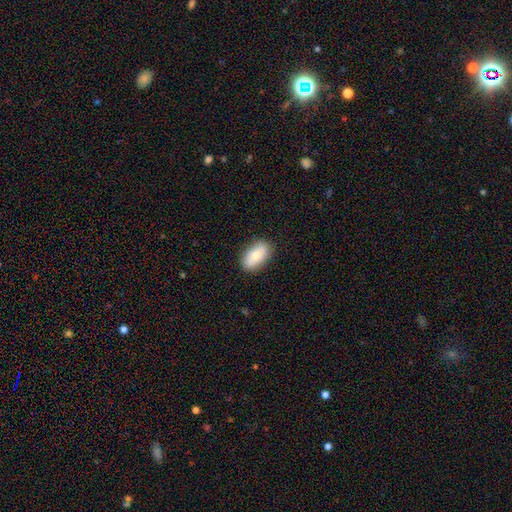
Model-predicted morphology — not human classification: smooth 72%, featured or disk 21%, star or artifact 7%. Down the decision tree: how rounded — in between (92%); merging — none (85%).